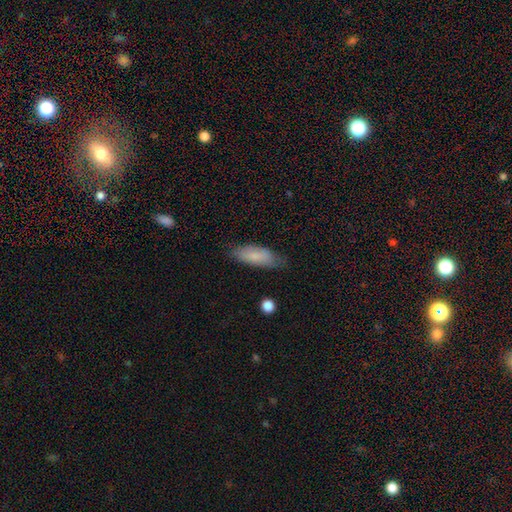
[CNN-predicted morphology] smooth_or_featured: smooth (p=0.80) [alt: featured or disk p=0.13]
how_rounded: in between (p=0.67) [alt: cigar-shaped p=0.31]
merging: none (p=0.73) [alt: minor disturbance p=0.21]